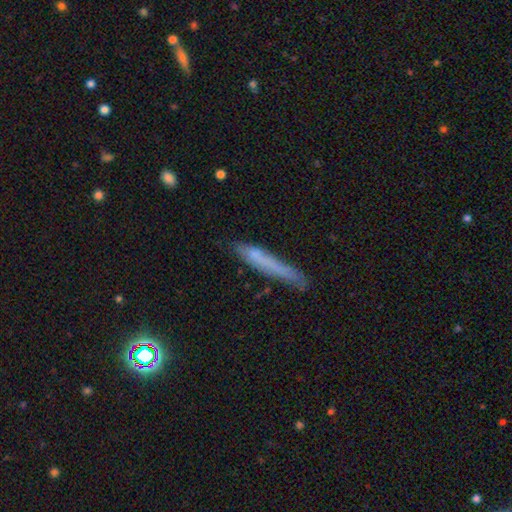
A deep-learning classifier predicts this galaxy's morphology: Q: Smooth or featured?
A: smooth (65%); runner-up: featured or disk (28%)
Q: How rounded?
A: cigar-shaped (94%); runner-up: in between (5%)
Q: Merging?
A: none (63%); runner-up: minor disturbance (25%)